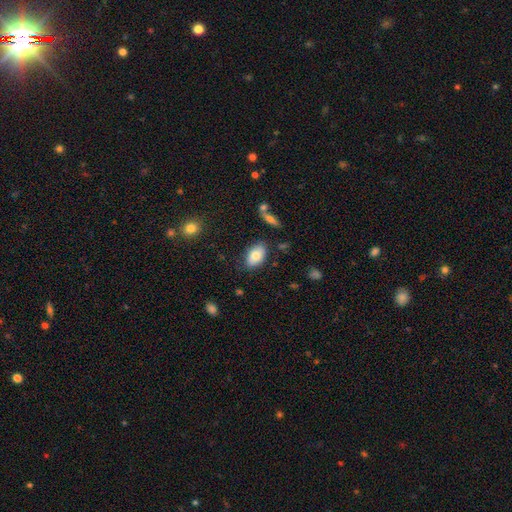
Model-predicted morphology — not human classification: smooth-or-featured: smooth: 78% | featured or disk: 15% | star or artifact: 7%
  how-rounded: in between: 92% | round: 6% | cigar-shaped: 2%
  merging: none: 80% | minor disturbance: 14% | major disturbance: 3% | merger: 3%